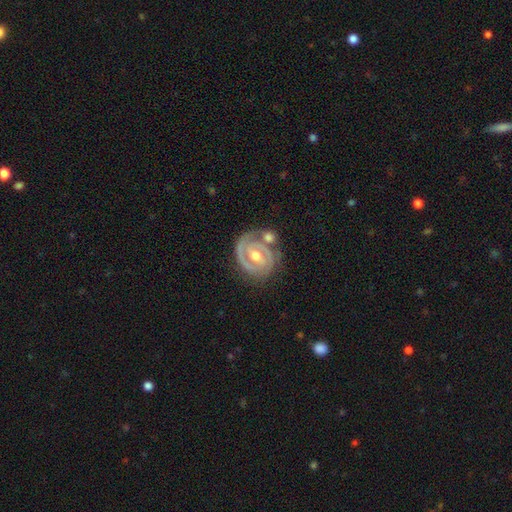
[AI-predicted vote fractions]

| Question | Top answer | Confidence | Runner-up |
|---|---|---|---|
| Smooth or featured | featured or disk | 88% | smooth (8%) |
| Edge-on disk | no | 97% | yes (3%) |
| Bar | weak | 44% | no (33%) |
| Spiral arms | yes | 93% | no (7%) |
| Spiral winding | tight | 74% | medium (21%) |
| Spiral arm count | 2 | 69% | 1 (11%) |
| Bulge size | moderate | 72% | small (22%) |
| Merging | none | 63% | minor disturbance (16%) |